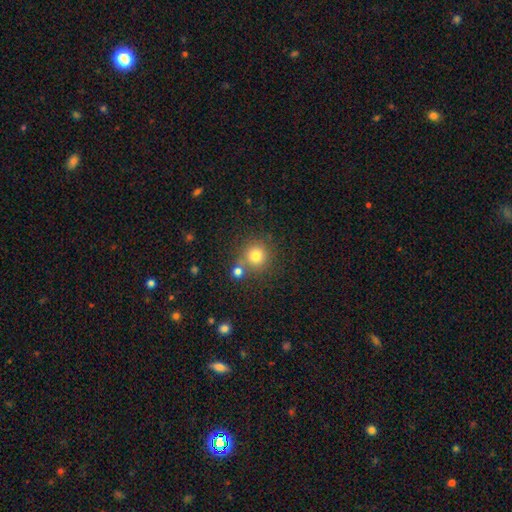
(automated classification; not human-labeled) A smooth galaxy with no disk features (79%) that is round (92%).

Vote fractions:
- Smooth or featured? smooth: 79% / star or artifact: 13% / featured or disk: 8%
- How rounded? round: 92% / in between: 7% / cigar-shaped: 1%
- Merging? none: 70% / merger: 18% / minor disturbance: 9% / major disturbance: 3%